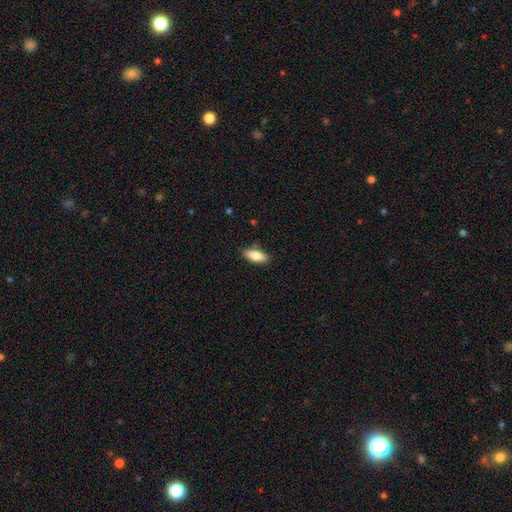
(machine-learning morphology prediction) Smooth or featured? smooth (77%)
How rounded? in between (75%)
Merging? none (84%)